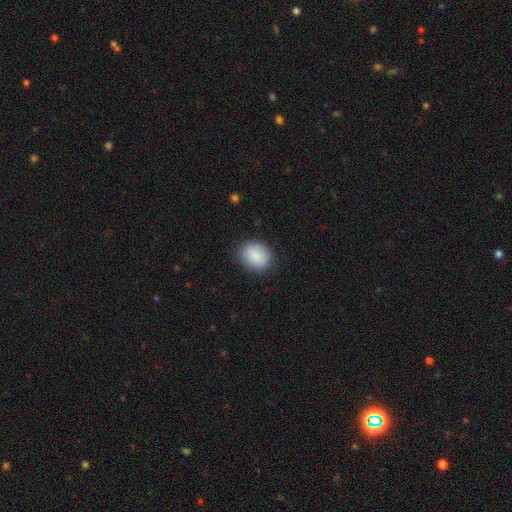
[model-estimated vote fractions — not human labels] Smooth or featured: smooth — 88% (star or artifact — 7%)
How rounded: in between — 50% (round — 49%)
Merging: none — 84% (minor disturbance — 12%)